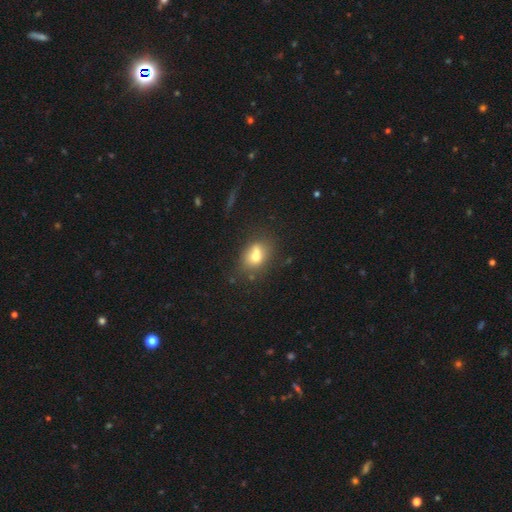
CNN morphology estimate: smooth-or-featured: smooth: 66% | featured or disk: 21% | star or artifact: 12%
  how-rounded: in between: 56% | round: 42% | cigar-shaped: 2%
  merging: none: 45% | merger: 30% | minor disturbance: 17% | major disturbance: 7%